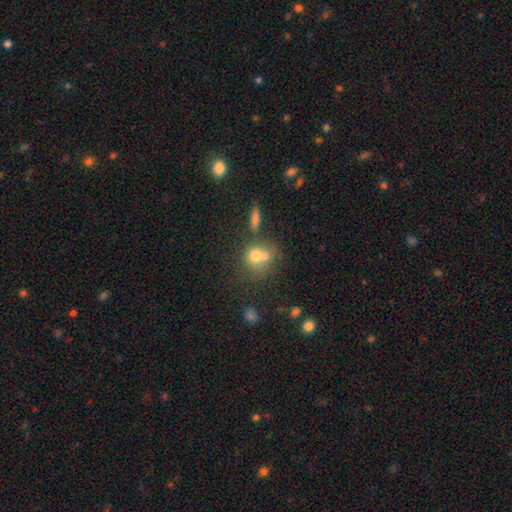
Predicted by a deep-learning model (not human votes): Smooth or featured? Predicted: smooth (p=0.69). How rounded? Predicted: round (p=0.71). Merging? Predicted: merger (p=0.55).